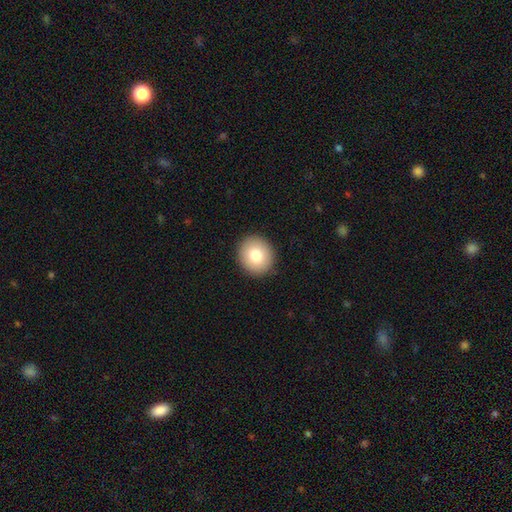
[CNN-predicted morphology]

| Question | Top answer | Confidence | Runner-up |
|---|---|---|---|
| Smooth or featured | smooth | 78% | featured or disk (13%) |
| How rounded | round | 87% | in between (13%) |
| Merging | none | 92% | minor disturbance (6%) |